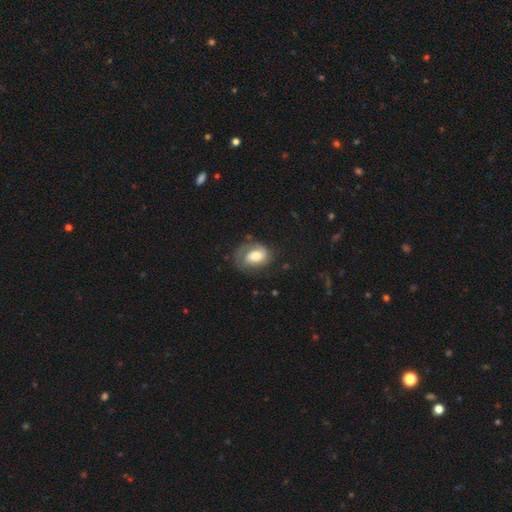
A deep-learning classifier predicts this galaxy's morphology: Overall: featured or disk (56%; smooth 37%). Edge-on disk: no (97%). Bar: no (60%; weak 31%). Spiral arms: yes (83%). Bulge size: large (41%; moderate 37%). Merging: none (57%; minor disturbance 23%).